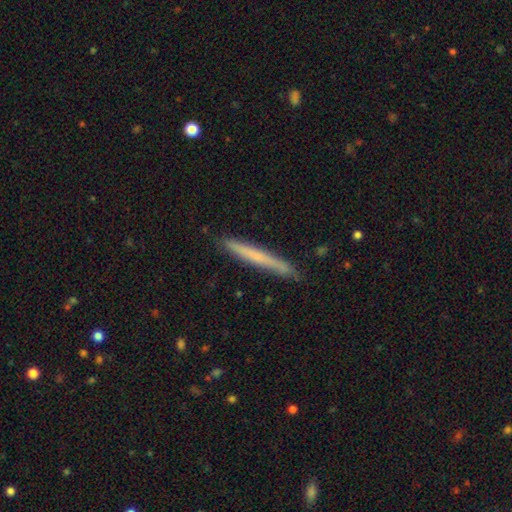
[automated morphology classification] A smooth galaxy with no disk features (59%) that is cigar-shaped (97%). Merging: none (88%).